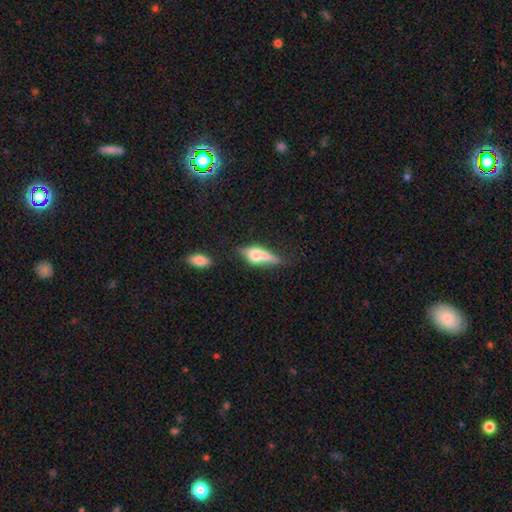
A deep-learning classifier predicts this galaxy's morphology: A smooth galaxy with no disk features (50%) that is in between round and cigar-shaped (52%).

Vote fractions:
- Smooth or featured? smooth: 50% / featured or disk: 41% / star or artifact: 9%
- How rounded? in between: 52% / cigar-shaped: 42% / round: 7%
- Merging? none: 39% / minor disturbance: 25% / merger: 20% / major disturbance: 17%